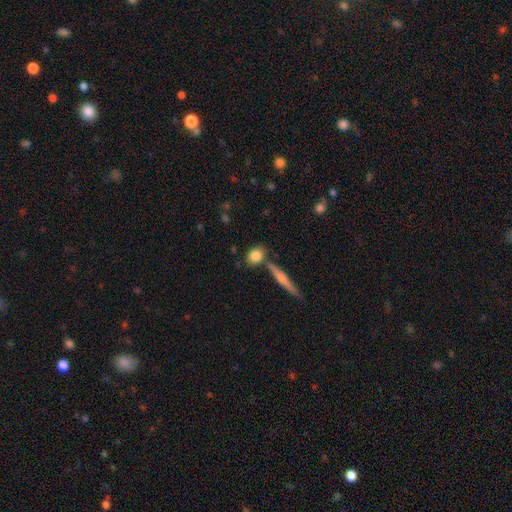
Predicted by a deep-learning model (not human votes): A smooth galaxy with no disk features (81%) that is in between round and cigar-shaped (48%).

Vote fractions:
- Smooth or featured? smooth: 81% / featured or disk: 11% / star or artifact: 7%
- How rounded? in between: 48% / round: 43% / cigar-shaped: 9%
- Merging? none: 67% / merger: 17% / minor disturbance: 12% / major disturbance: 4%